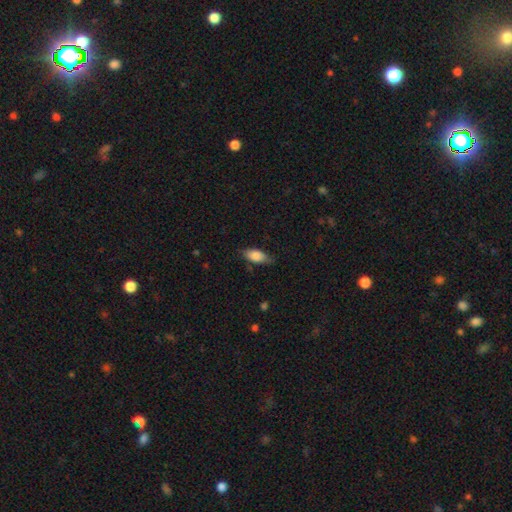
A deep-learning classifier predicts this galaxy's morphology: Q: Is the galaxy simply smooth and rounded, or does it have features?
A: smooth — 83%.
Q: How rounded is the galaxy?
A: in between — 86%.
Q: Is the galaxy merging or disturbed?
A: none — 73%.